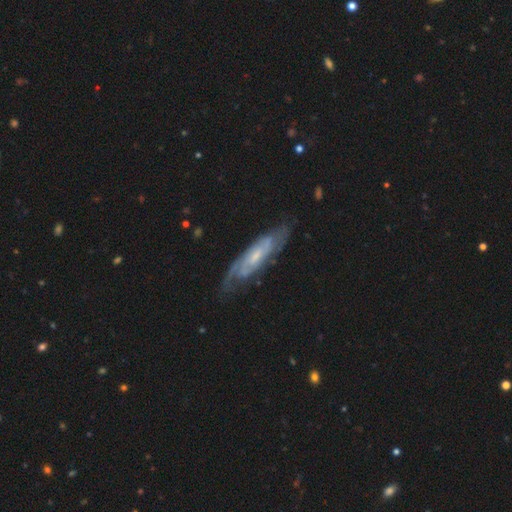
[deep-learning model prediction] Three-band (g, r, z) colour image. It shows a featured or disk galaxy (81%) with no bar (53%), 2 (48%) tight (53%) spiral arms (93%) and a small central bulge (60%). Merging: none (73%).